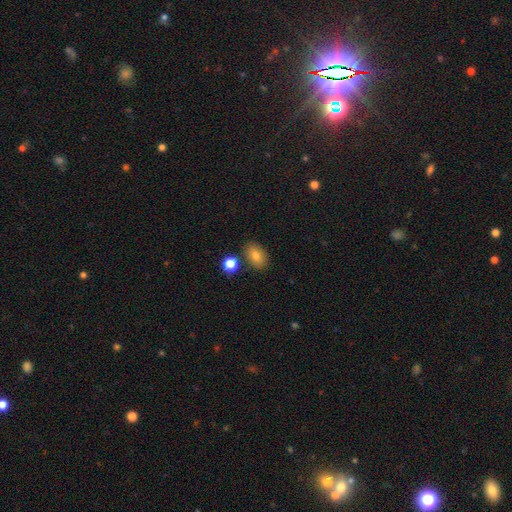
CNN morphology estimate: A smooth galaxy with no disk features (79%) that is in between round and cigar-shaped (82%). Merging: none (79%).